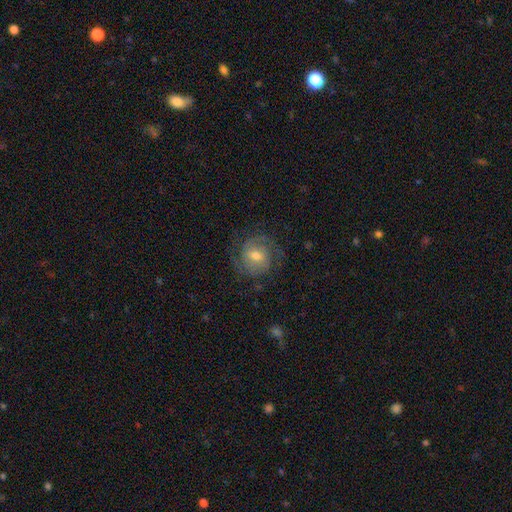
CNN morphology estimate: smooth-or-featured: featured or disk: 78% | smooth: 15% | star or artifact: 7%
  disk-edge-on: no: 98% | yes: 2%
    bar: weak: 47% | no: 41% | strong: 12%
    has-spiral-arms: yes: 94% | no: 6%
      spiral-winding: tight: 45% | medium: 42% | loose: 13%
      spiral-arm-count: 2: 78% | can't tell: 9% | 3: 6% | 1: 3% | 4: 2% | more than 4: 2%
    bulge-size: moderate: 65% | small: 27% | large: 6% | none: 1% | dominant: 1%
  merging: none: 77% | minor disturbance: 14% | major disturbance: 9% | merger: 1%